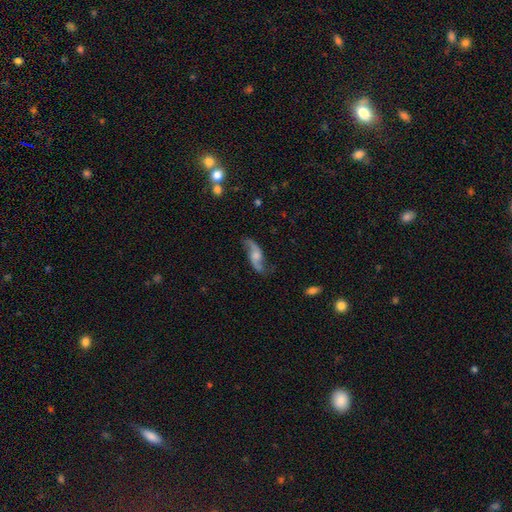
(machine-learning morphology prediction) Smooth or featured: featured or disk — 81% (smooth — 13%)
Edge-on disk: no — 91% (yes — 9%)
Bar: no — 56% (weak — 36%)
Spiral arms: yes — 95% (no — 5%)
Spiral winding: loose — 84% (medium — 13%)
Spiral arm count: 2 — 93% (can't tell — 2%)
Bulge size: moderate — 37% (small — 29%)
Merging: none — 72% (minor disturbance — 17%)